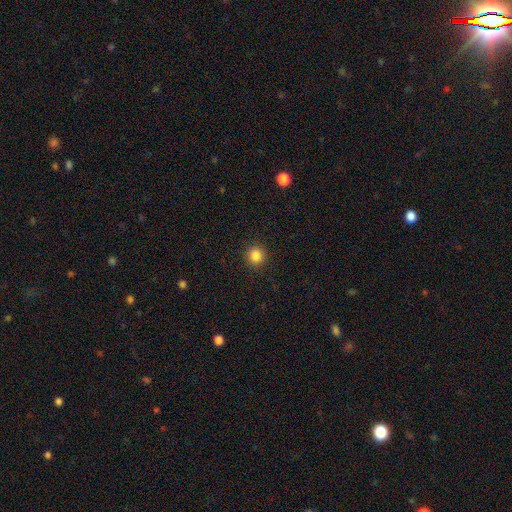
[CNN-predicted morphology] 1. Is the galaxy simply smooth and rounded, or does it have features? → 85% smooth, 11% star or artifact, 4% featured or disk.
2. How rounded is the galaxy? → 94% round, 5% in between, 1% cigar-shaped.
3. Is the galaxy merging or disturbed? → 92% none, 5% minor disturbance, 2% major disturbance, 1% merger.